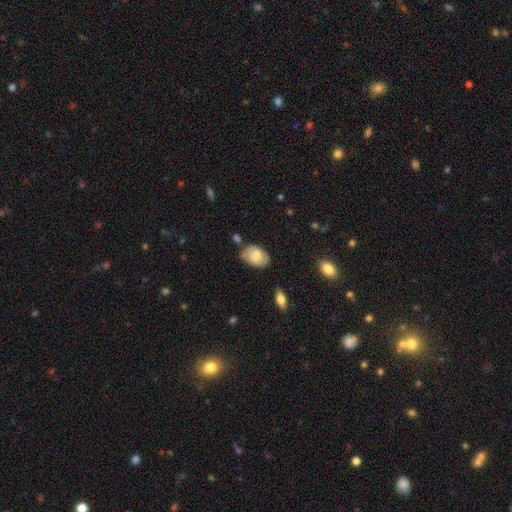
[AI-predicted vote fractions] smooth-or-featured: smooth: 72% | featured or disk: 21% | star or artifact: 7%
  how-rounded: in between: 86% | round: 13% | cigar-shaped: 1%
  merging: none: 63% | minor disturbance: 27% | major disturbance: 5% | merger: 4%